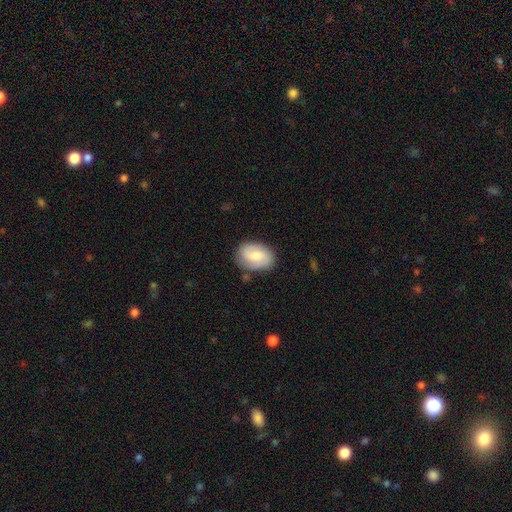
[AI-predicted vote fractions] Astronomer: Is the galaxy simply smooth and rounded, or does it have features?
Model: smooth — 58% (runner-up: featured or disk, 35%).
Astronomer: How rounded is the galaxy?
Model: in between — 79%.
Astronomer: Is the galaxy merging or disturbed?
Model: none — 76%.